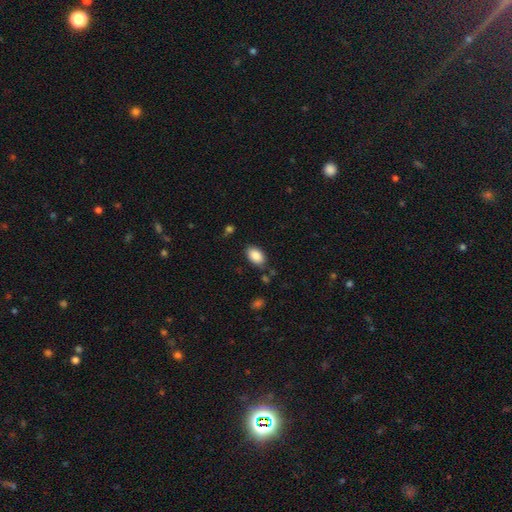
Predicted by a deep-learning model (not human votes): smooth 88%, star or artifact 7%, featured or disk 5%. Down the decision tree: how rounded — in between (93%); merging — none (81%).